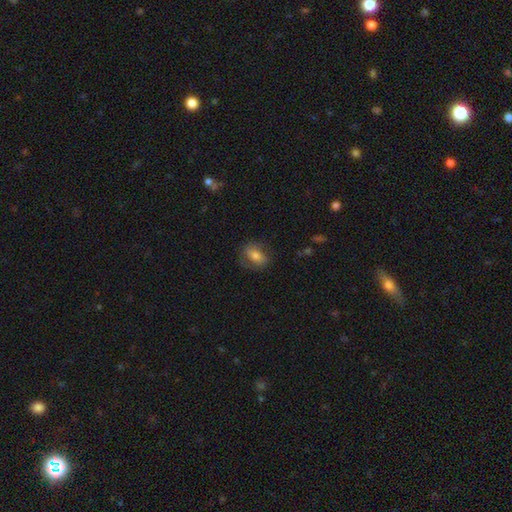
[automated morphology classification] Smooth or featured?
  - smooth: 65% *
  - featured or disk: 27%
  - star or artifact: 8%
How rounded?
  - in between: 72% *
  - round: 25%
  - cigar-shaped: 3%
Merging?
  - none: 72% *
  - minor disturbance: 18%
  - major disturbance: 9%
  - merger: 1%